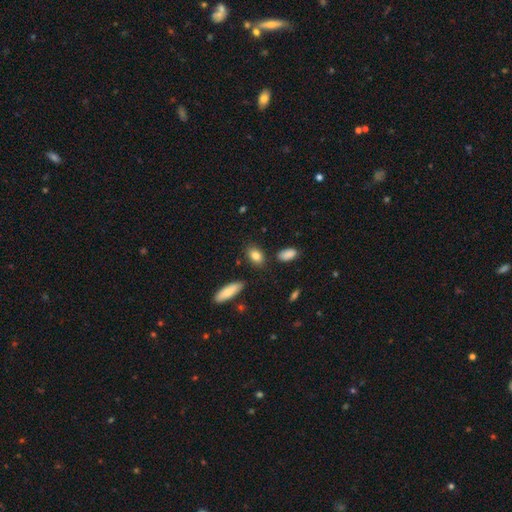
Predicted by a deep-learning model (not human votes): Smooth or featured?
  - smooth: 83% *
  - featured or disk: 9%
  - star or artifact: 8%
How rounded?
  - in between: 85% *
  - round: 10%
  - cigar-shaped: 5%
Merging?
  - none: 81% *
  - minor disturbance: 12%
  - merger: 4%
  - major disturbance: 3%